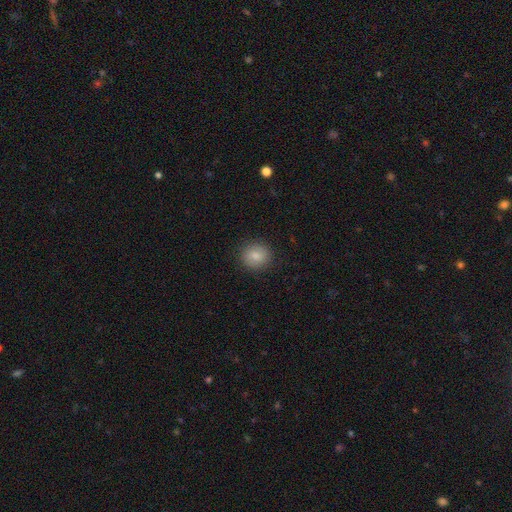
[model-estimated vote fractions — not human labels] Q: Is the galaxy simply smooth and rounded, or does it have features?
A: smooth — 84%.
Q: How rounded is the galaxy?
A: round — 86%.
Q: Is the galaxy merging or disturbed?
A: none — 89%.